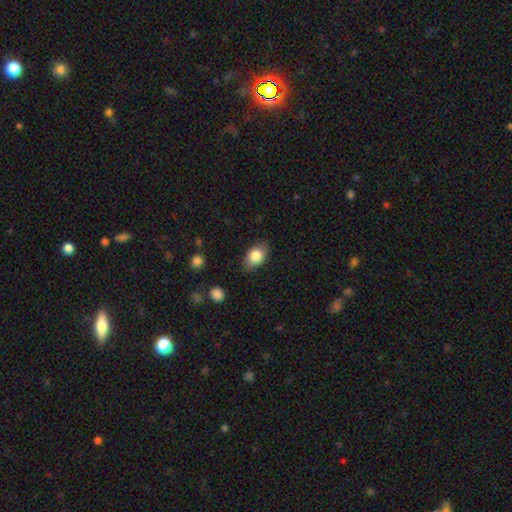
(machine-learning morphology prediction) Smooth or featured? Predicted: smooth (p=0.83). How rounded? Predicted: in between (p=0.83). Merging? Predicted: none (p=0.83).